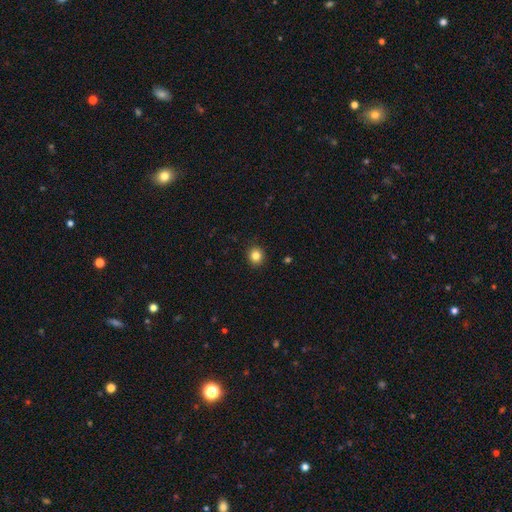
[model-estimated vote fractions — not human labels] This appears to be a smooth galaxy with no disk features (83%) that is round (88%). Merging: none (92%).